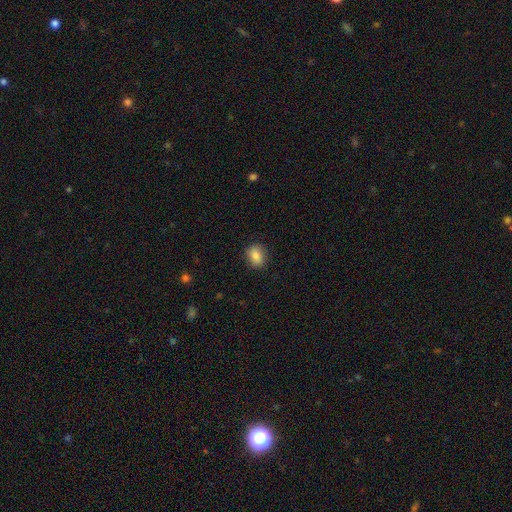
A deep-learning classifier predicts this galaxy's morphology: type=smooth (85%); roundness=in between (52%); merging=none (86%).